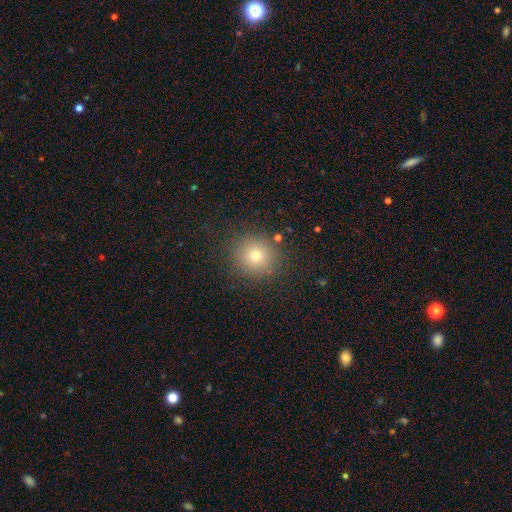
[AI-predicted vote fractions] A smooth galaxy with no disk features (73%) that is round (92%).

Vote fractions:
- Smooth or featured? smooth: 73% / star or artifact: 17% / featured or disk: 10%
- How rounded? round: 92% / in between: 7% / cigar-shaped: 1%
- Merging? none: 88% / minor disturbance: 7% / major disturbance: 3% / merger: 2%